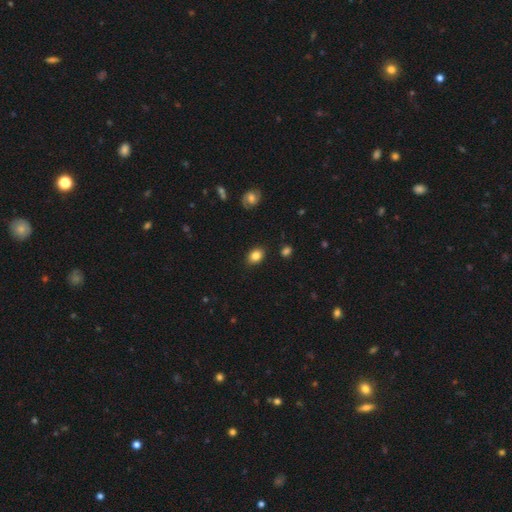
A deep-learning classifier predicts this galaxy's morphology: Overall: smooth (84%). How rounded: in between (66%; round 33%). Merging: none (86%).